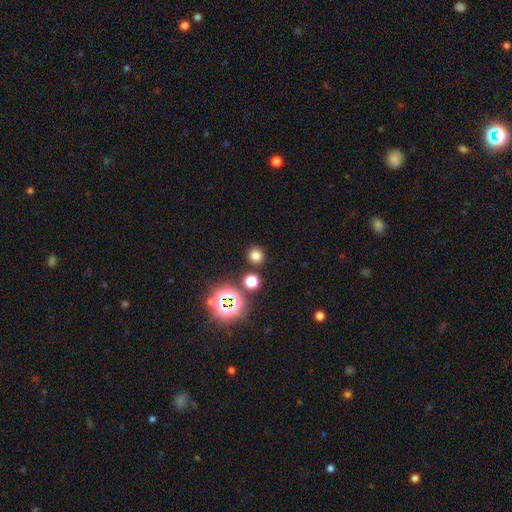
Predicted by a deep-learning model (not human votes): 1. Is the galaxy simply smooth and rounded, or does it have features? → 72% smooth, 22% star or artifact, 6% featured or disk.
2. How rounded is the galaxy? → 89% round, 10% in between, 1% cigar-shaped.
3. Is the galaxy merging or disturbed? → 86% none, 6% minor disturbance, 5% merger, 3% major disturbance.